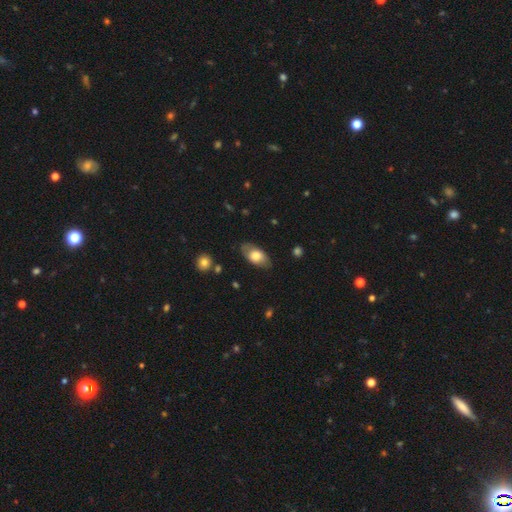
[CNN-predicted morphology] A smooth galaxy with no disk features (71%) that is in between round and cigar-shaped (91%). Merging: none (77%).